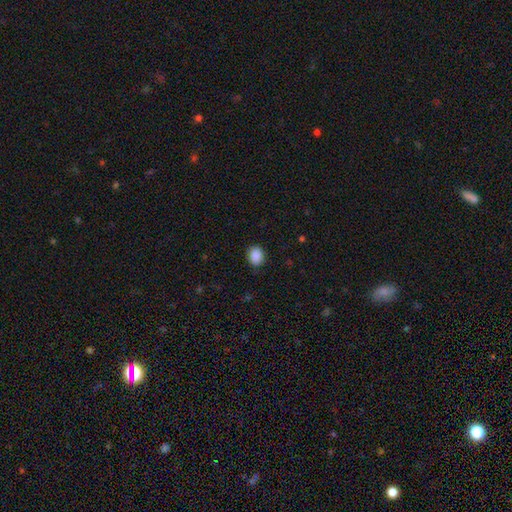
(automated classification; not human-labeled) Smooth or featured? Predicted: smooth (p=0.89). How rounded? Predicted: in between (p=0.56). Merging? Predicted: none (p=0.86).